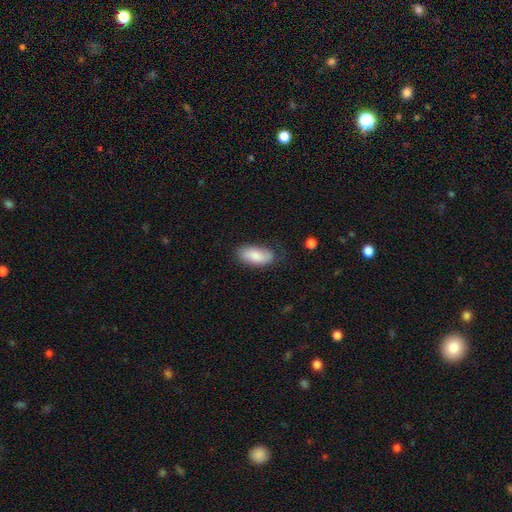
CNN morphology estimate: The model was most divided on "merging": none: 70%, minor disturbance: 23%, major disturbance: 5%, merger: 2%. More confident: how rounded — in between (92%); smooth or featured — smooth (82%).